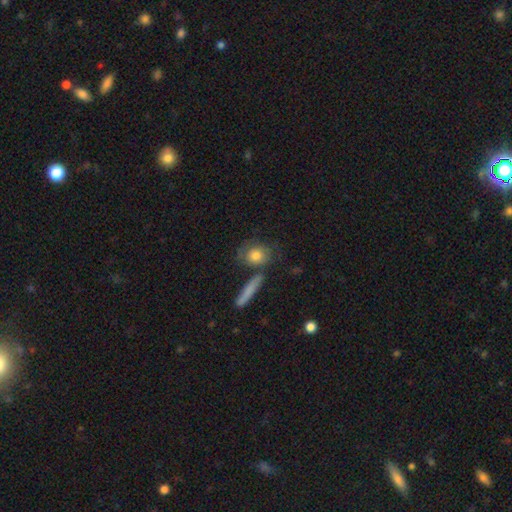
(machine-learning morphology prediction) Q: Smooth or featured?
A: smooth (72%); runner-up: featured or disk (20%)
Q: How rounded?
A: round (58%); runner-up: in between (34%)
Q: Merging?
A: none (59%); runner-up: minor disturbance (17%)